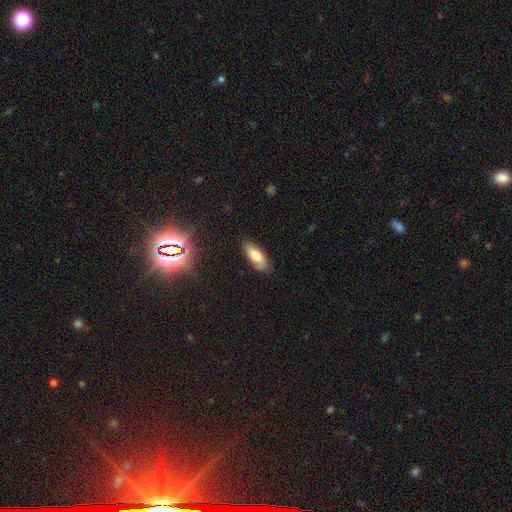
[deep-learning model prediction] A smooth galaxy with no disk features (73%) that is in between round and cigar-shaped (75%). Merging: none (79%).